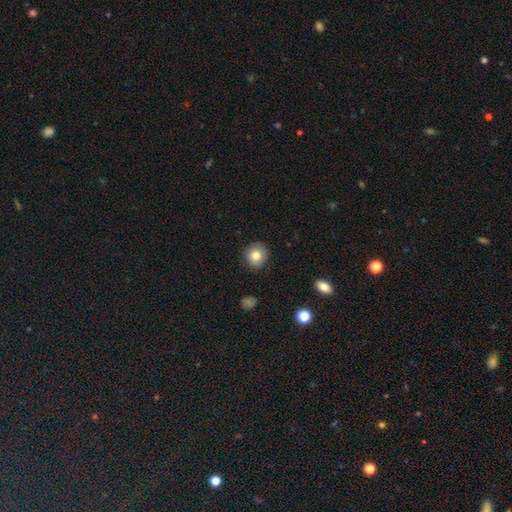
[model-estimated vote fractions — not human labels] This is clearly a smooth galaxy (80%). How rounded: clearly round (90%). Merging: clearly none (87%).